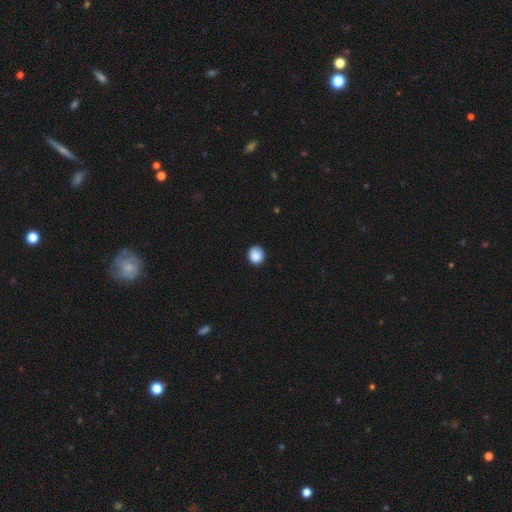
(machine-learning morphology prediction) smooth 88%, star or artifact 9%, featured or disk 3%. Down the decision tree: how rounded — round (83%); merging — none (86%).